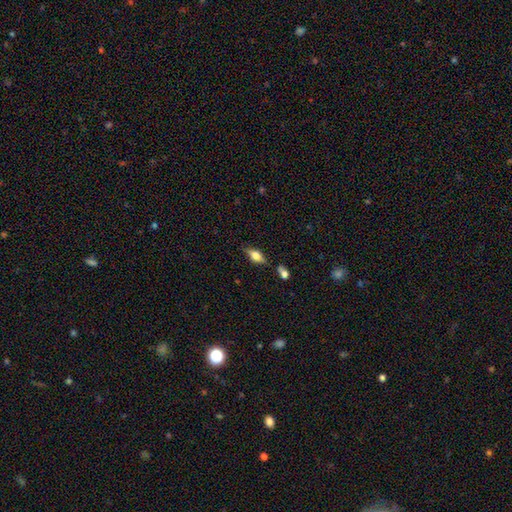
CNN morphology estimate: Smooth or featured? smooth (48%)
Merging? none (75%)